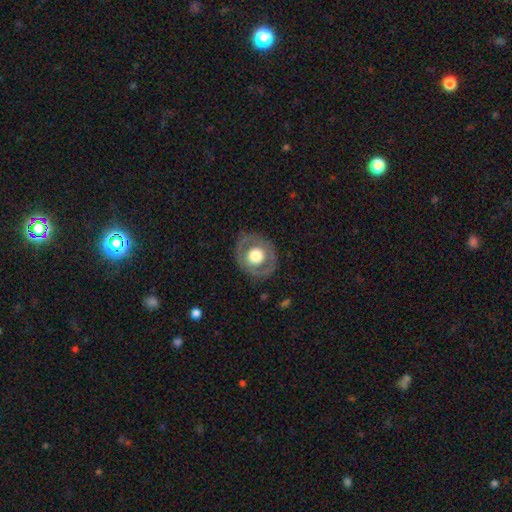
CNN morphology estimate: Smooth or featured?
  - smooth: 48% *
  - featured or disk: 46%
  - star or artifact: 7%
Merging?
  - none: 82% *
  - minor disturbance: 12%
  - major disturbance: 6%
  - merger: 1%